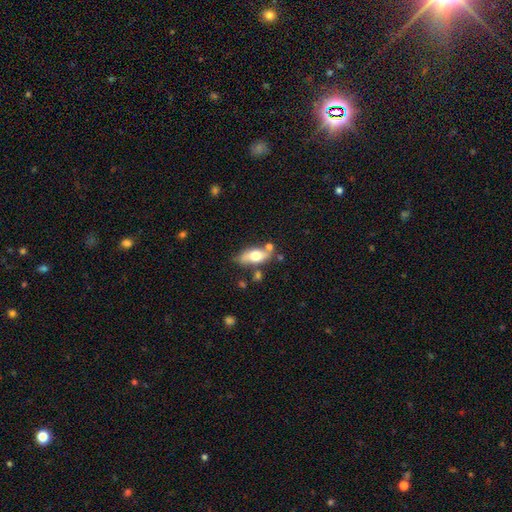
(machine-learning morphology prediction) Q: Smooth or featured?
A: smooth (59%); runner-up: featured or disk (35%)
Q: How rounded?
A: in between (80%); runner-up: cigar-shaped (16%)
Q: Merging?
A: none (65%); runner-up: minor disturbance (19%)